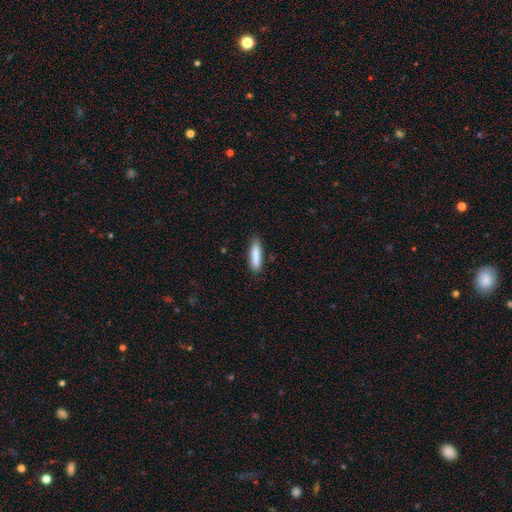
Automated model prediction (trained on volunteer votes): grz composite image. It shows a smooth galaxy with no disk features (86%) that is cigar-shaped (73%). Merging: none (85%).